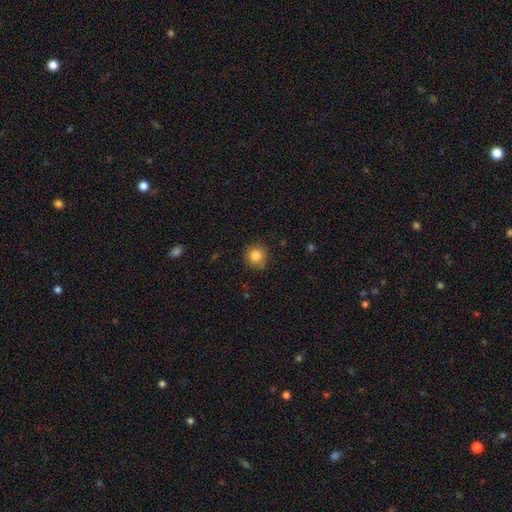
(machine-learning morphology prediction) The model was most divided on "merging": none: 81%, minor disturbance: 15%, major disturbance: 3%, merger: 2%. More confident: how rounded — round (91%); smooth or featured — smooth (84%).